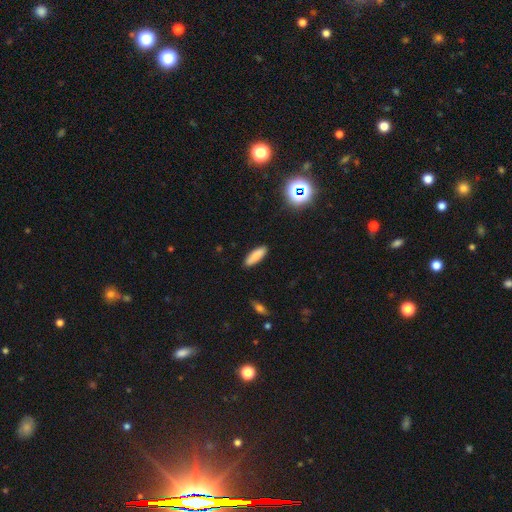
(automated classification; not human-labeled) Smooth or featured? smooth (83%)
How rounded? in between (55%)
Merging? none (88%)